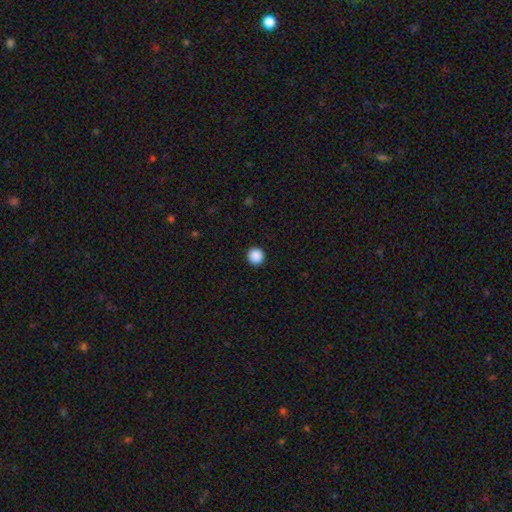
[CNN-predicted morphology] The model was most divided on "smooth or featured": smooth: 89%, star or artifact: 9%, featured or disk: 2%. More confident: how rounded — round (95%); merging — none (93%).